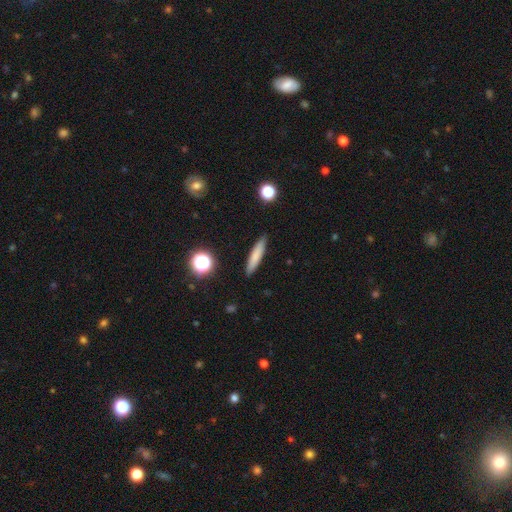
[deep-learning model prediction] Q: Smooth or featured?
A: smooth (76%); runner-up: featured or disk (16%)
Q: How rounded?
A: cigar-shaped (87%); runner-up: in between (11%)
Q: Merging?
A: none (89%); runner-up: minor disturbance (8%)